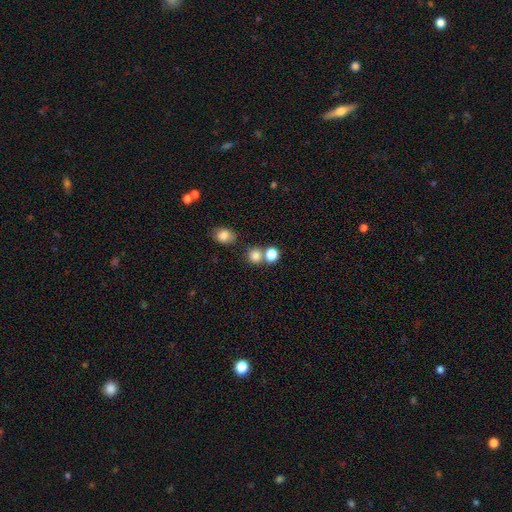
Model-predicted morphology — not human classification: Smooth or featured?
  - smooth: 80% *
  - star or artifact: 13%
  - featured or disk: 6%
How rounded?
  - round: 83% *
  - in between: 16%
  - cigar-shaped: 1%
Merging?
  - none: 61% *
  - merger: 28%
  - minor disturbance: 8%
  - major disturbance: 3%